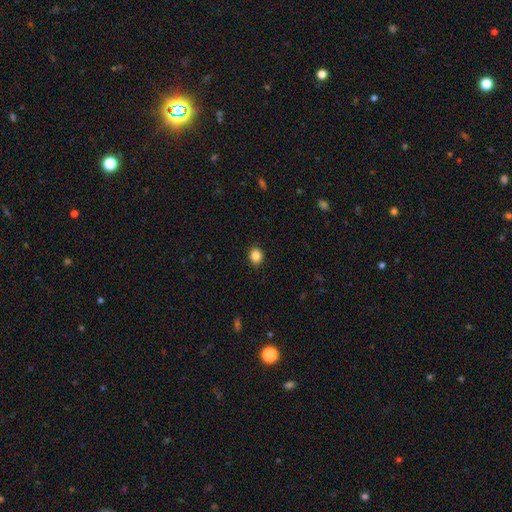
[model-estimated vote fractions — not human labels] This appears to be a smooth galaxy with no disk features (86%) that is round (64%). Merging: none (91%).